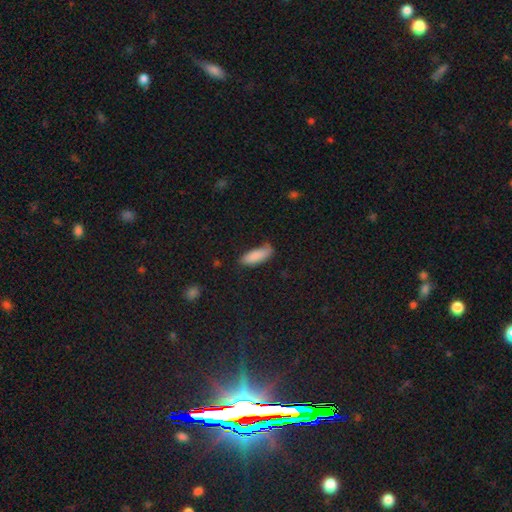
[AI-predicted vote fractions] smooth 86%, featured or disk 7%, star or artifact 7%. Down the decision tree: how rounded — in between (66%); merging — none (60%).